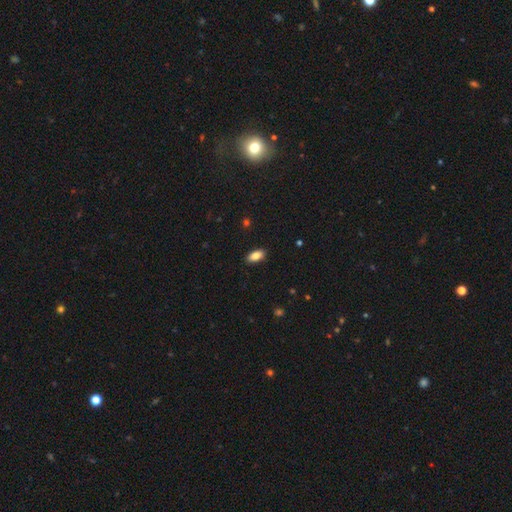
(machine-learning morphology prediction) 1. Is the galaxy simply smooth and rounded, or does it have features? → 84% smooth, 9% featured or disk, 8% star or artifact.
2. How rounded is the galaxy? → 89% in between, 8% cigar-shaped, 3% round.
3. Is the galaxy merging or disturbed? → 89% none, 9% minor disturbance, 2% major disturbance, 1% merger.